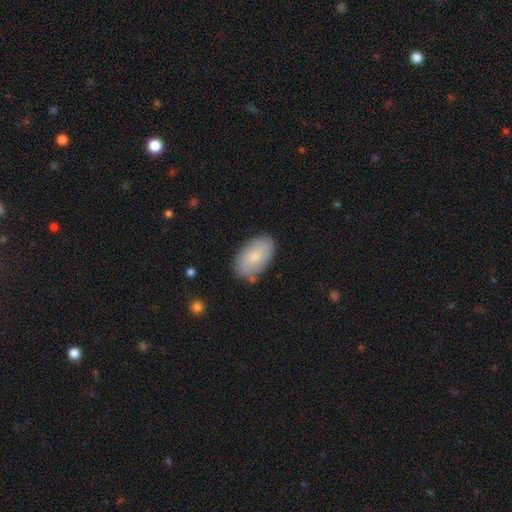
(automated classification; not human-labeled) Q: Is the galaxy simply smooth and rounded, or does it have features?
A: smooth — 75%.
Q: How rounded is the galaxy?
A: in between — 94%.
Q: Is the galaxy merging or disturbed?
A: none — 78%.